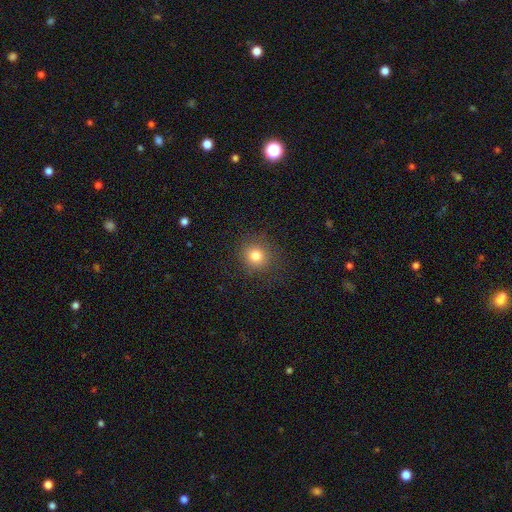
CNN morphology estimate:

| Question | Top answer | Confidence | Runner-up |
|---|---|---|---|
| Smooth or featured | smooth | 80% | star or artifact (13%) |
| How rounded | round | 88% | in between (11%) |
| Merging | none | 87% | minor disturbance (8%) |